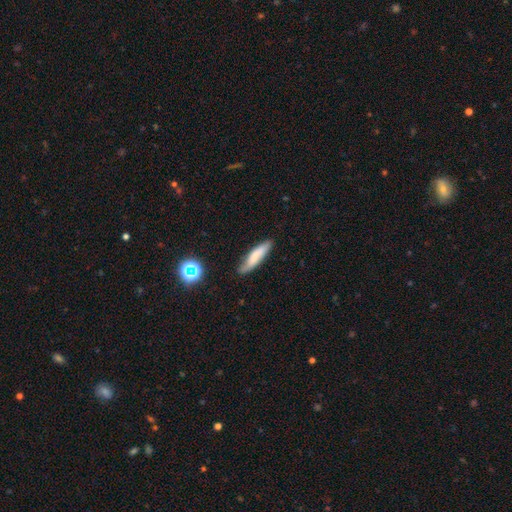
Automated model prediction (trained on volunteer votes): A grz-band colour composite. It shows a smooth galaxy with no disk features (70%) that is cigar-shaped (75%). Merging: none (75%).